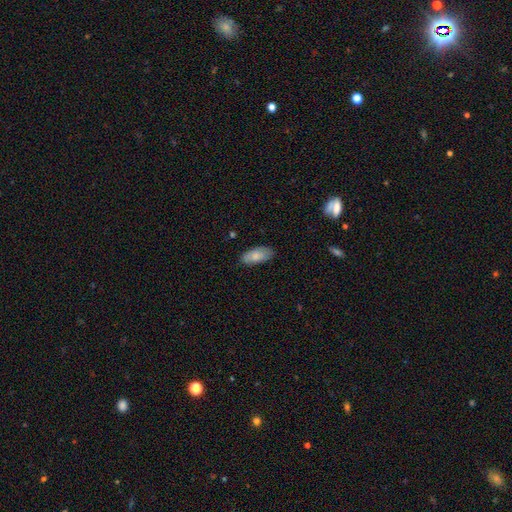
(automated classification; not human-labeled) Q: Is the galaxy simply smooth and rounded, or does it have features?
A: smooth — 83%.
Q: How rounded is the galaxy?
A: in between — 90%.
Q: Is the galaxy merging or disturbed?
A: none — 81%.